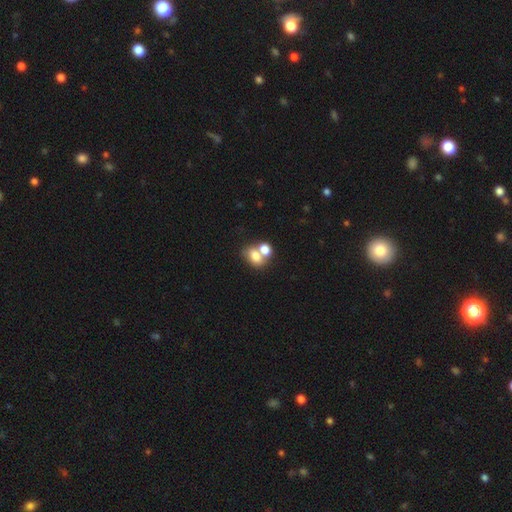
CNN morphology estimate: This is likely a smooth galaxy (75%). How rounded: likely in between (68%). Merging: possibly merger (58%).